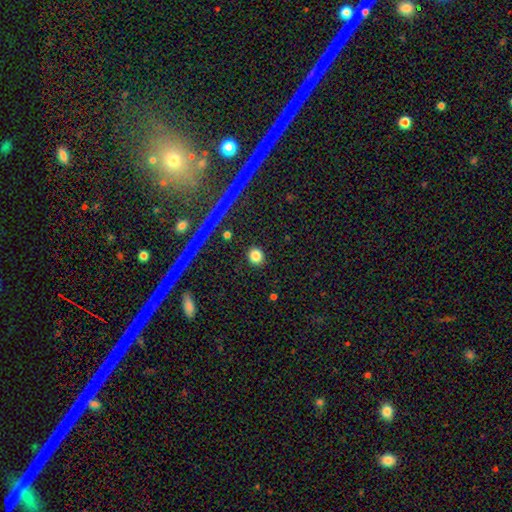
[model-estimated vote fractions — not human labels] Smooth or featured: smooth — 82% (star or artifact — 12%)
How rounded: round — 89% (in between — 9%)
Merging: none — 91% (minor disturbance — 6%)